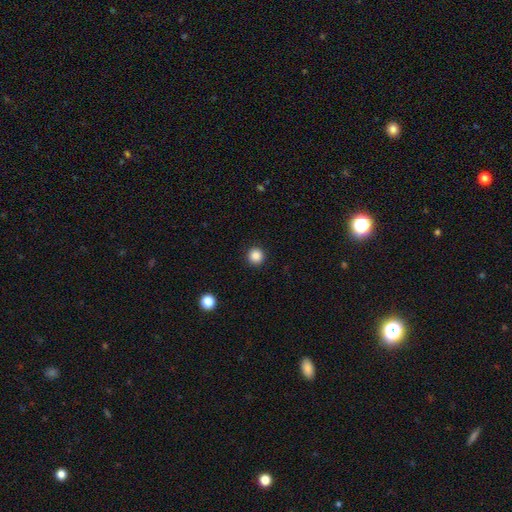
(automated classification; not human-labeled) Smooth or featured? Predicted: smooth (p=0.87). How rounded? Predicted: round (p=0.95). Merging? Predicted: none (p=0.93).